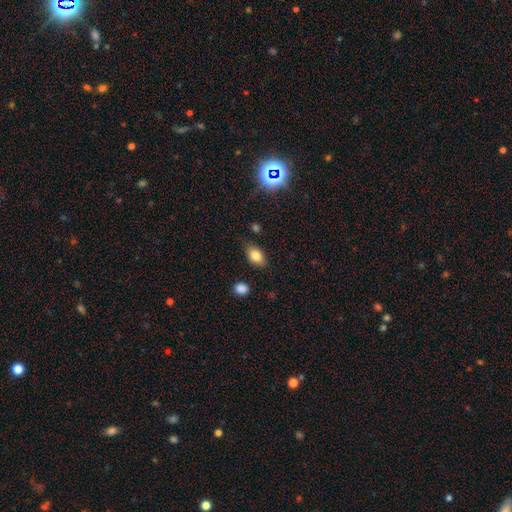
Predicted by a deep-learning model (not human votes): Q: Smooth or featured?
A: smooth (80%); runner-up: featured or disk (10%)
Q: How rounded?
A: in between (86%); runner-up: round (12%)
Q: Merging?
A: none (78%); runner-up: minor disturbance (16%)